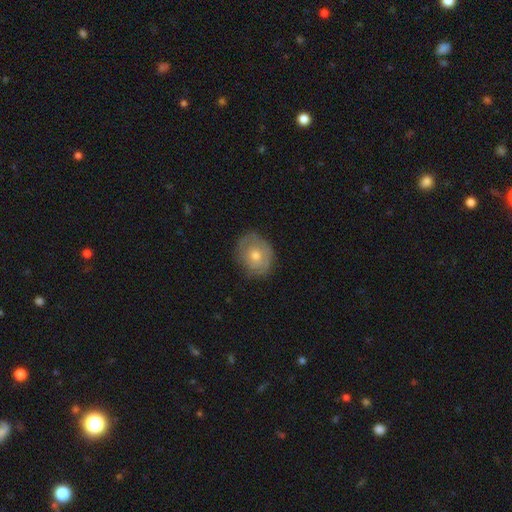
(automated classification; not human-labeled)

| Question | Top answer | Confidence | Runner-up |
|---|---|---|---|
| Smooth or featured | featured or disk | 47% | smooth (45%) |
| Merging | none | 76% | minor disturbance (18%) |